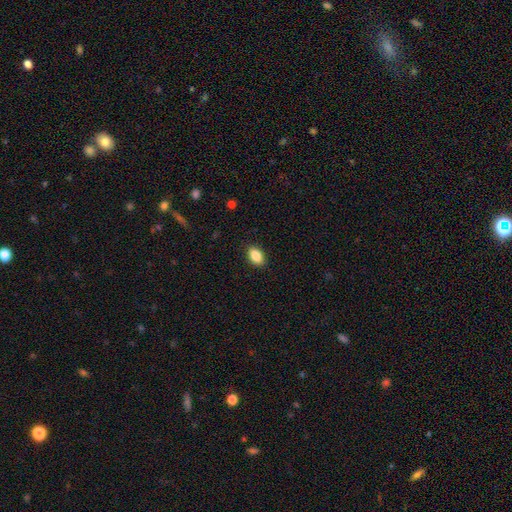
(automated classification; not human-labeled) smooth 87%, star or artifact 8%, featured or disk 5%. Down the decision tree: how rounded — in between (90%); merging — none (88%).